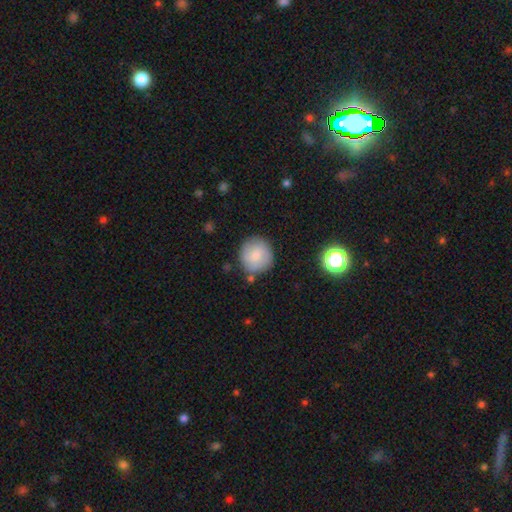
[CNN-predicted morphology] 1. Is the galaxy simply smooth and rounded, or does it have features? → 80% smooth, 13% featured or disk, 7% star or artifact.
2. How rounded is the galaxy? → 91% round, 8% in between, 1% cigar-shaped.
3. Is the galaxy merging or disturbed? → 81% none, 12% minor disturbance, 4% merger, 3% major disturbance.